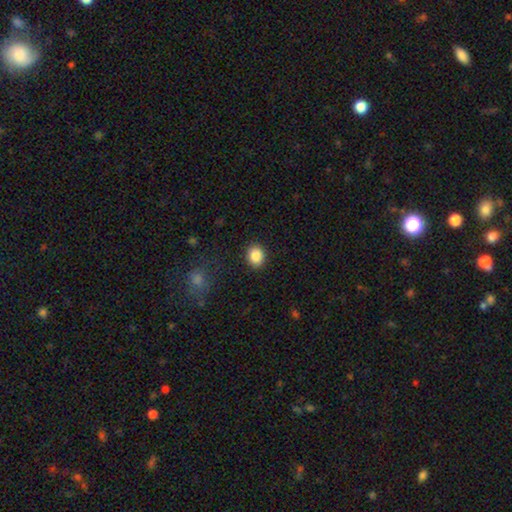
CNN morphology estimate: This is clearly a smooth galaxy (87%). How rounded: possibly round (59%). Merging: clearly none (89%).